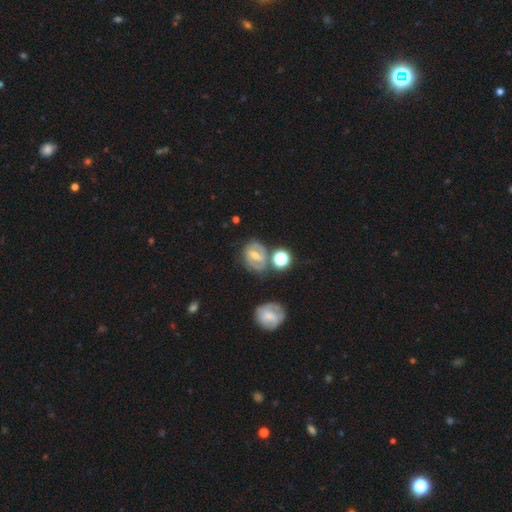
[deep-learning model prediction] Q: Smooth or featured?
A: featured or disk (63%); runner-up: smooth (27%)
Q: Edge-on disk?
A: no (96%); runner-up: yes (4%)
Q: Bar?
A: weak (45%); runner-up: strong (32%)
Q: Spiral arms?
A: yes (76%); runner-up: no (24%)
Q: Bulge size?
A: moderate (51%); runner-up: small (41%)
Q: Merging?
A: none (63%); runner-up: minor disturbance (18%)